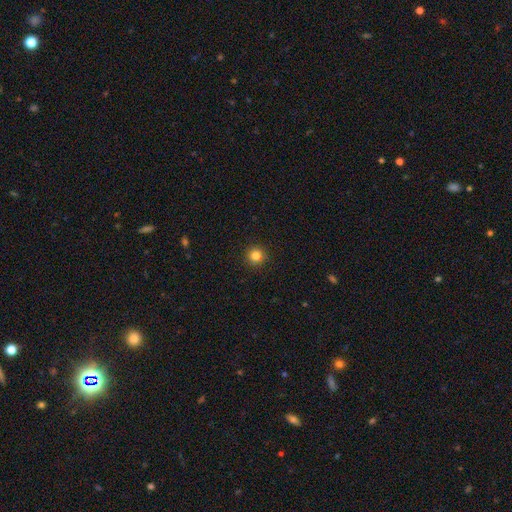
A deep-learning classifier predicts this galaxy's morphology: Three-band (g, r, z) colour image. It shows a smooth galaxy with no disk features (82%) that is round (95%). Merging: none (91%).